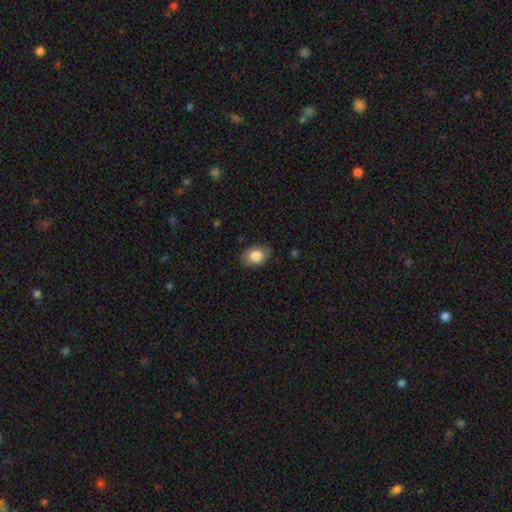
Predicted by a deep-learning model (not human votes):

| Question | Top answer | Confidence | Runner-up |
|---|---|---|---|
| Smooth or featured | smooth | 84% | featured or disk (8%) |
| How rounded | in between | 78% | round (21%) |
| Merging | none | 85% | minor disturbance (12%) |